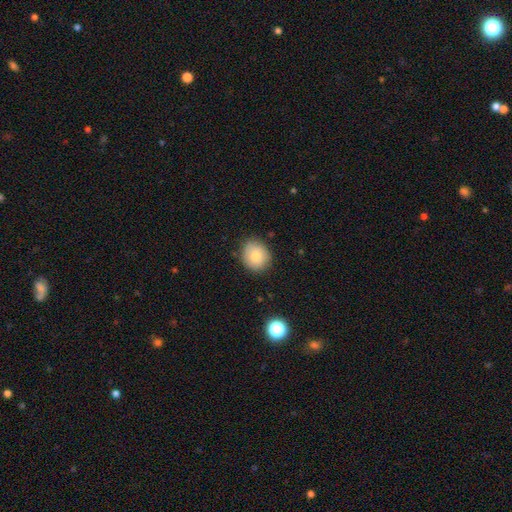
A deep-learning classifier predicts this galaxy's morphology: type=smooth (82%); roundness=round (67%); merging=none (83%).